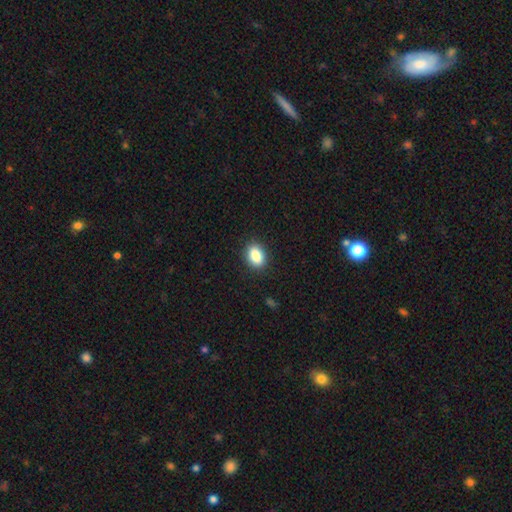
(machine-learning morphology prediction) smooth-or-featured: smooth: 88% | star or artifact: 8% | featured or disk: 4%
  how-rounded: in between: 81% | round: 18% | cigar-shaped: 2%
  merging: none: 88% | minor disturbance: 9% | major disturbance: 2% | merger: 1%